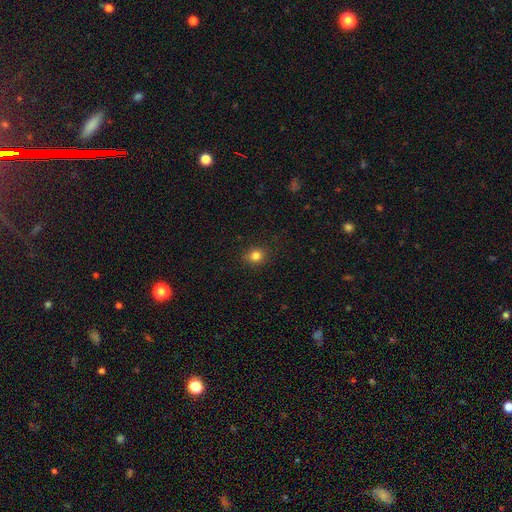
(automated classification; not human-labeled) smooth_or_featured: smooth (p=0.82) [alt: star or artifact p=0.13]
how_rounded: round (p=0.78) [alt: in between p=0.21]
merging: none (p=0.89) [alt: minor disturbance p=0.08]